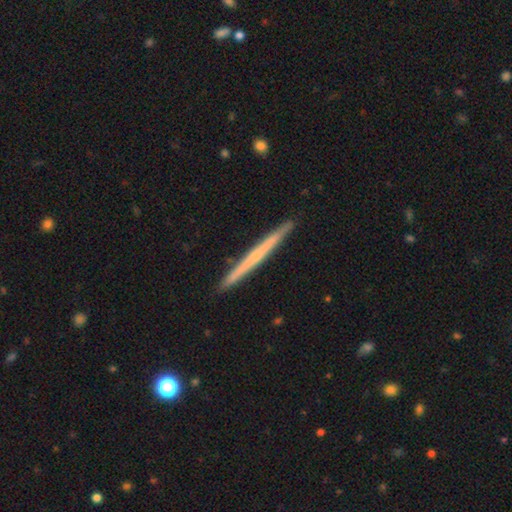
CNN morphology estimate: Smooth or featured: featured or disk — 57% (smooth — 37%)
Edge-on disk: yes — 98% (no — 2%)
Edge-on bulge: none — 69% (rounded — 26%)
Merging: none — 92% (minor disturbance — 5%)